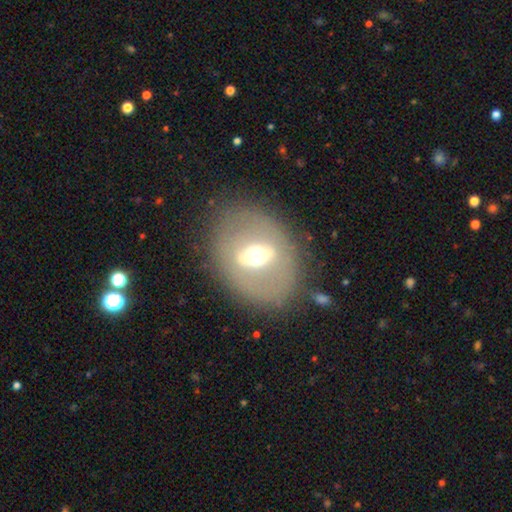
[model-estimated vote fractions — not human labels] A featured or disk galaxy (63%).

Vote fractions:
- Smooth or featured? featured or disk: 63% / smooth: 29% / star or artifact: 9%
- Edge-on disk? no: 80% / yes: 20%
- Merging? none: 80% / minor disturbance: 11% / major disturbance: 7% / merger: 2%